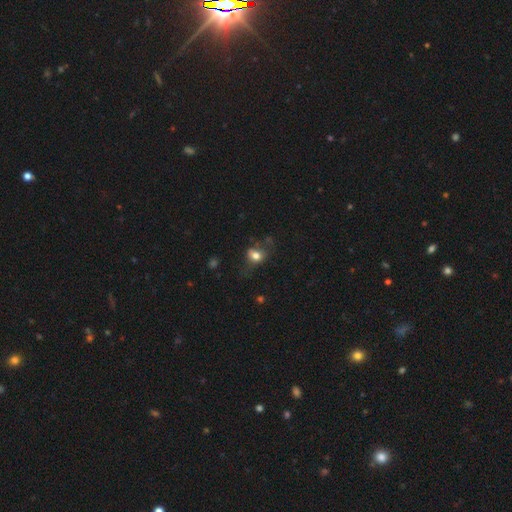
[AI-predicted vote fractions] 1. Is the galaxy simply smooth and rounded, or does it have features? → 72% smooth, 16% featured or disk, 12% star or artifact.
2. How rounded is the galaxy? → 51% round, 47% in between, 2% cigar-shaped.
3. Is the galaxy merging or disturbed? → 43% none, 28% minor disturbance, 23% major disturbance, 5% merger.